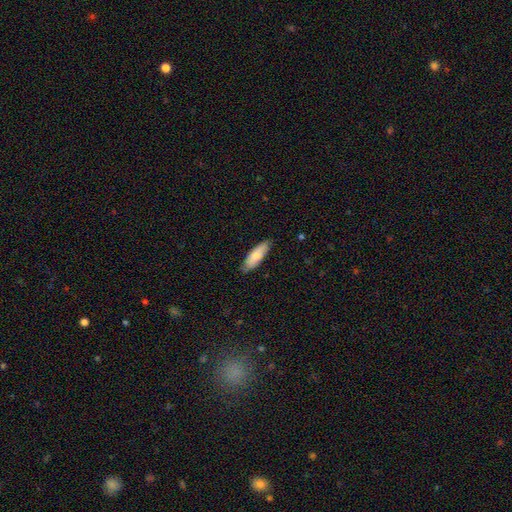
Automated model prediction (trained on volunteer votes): smooth-or-featured: smooth: 83% | featured or disk: 12% | star or artifact: 5%
  how-rounded: in between: 53% | cigar-shaped: 45% | round: 1%
  merging: none: 83% | minor disturbance: 14% | major disturbance: 2% | merger: 1%